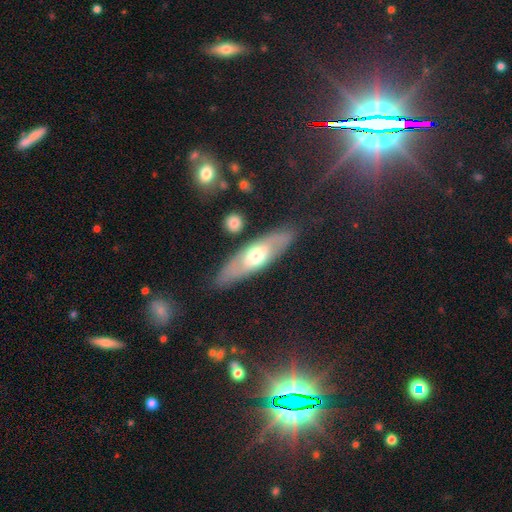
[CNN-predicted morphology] Q: Smooth or featured?
A: featured or disk (52%); runner-up: smooth (42%)
Q: Edge-on disk?
A: no (58%); runner-up: yes (42%)
Q: Merging?
A: none (81%); runner-up: minor disturbance (12%)